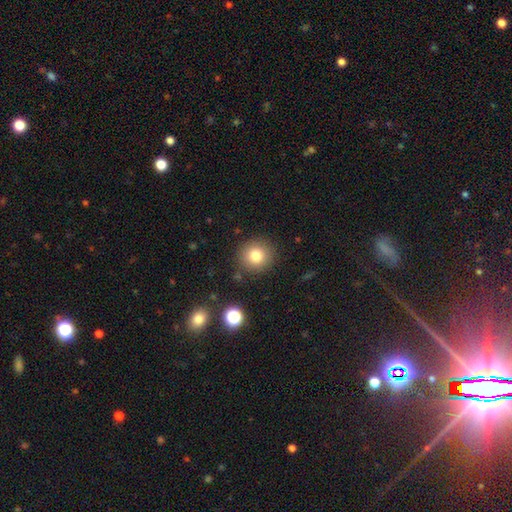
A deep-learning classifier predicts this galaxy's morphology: Smooth or featured?
  - smooth: 79% *
  - star or artifact: 12%
  - featured or disk: 9%
How rounded?
  - round: 92% *
  - in between: 8%
  - cigar-shaped: 1%
Merging?
  - none: 87% *
  - minor disturbance: 8%
  - major disturbance: 3%
  - merger: 2%